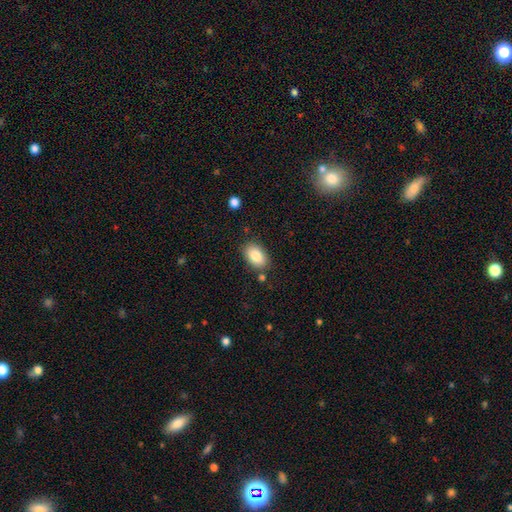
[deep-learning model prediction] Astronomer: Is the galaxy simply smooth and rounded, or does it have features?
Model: smooth — 85%.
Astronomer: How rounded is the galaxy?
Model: in between — 90%.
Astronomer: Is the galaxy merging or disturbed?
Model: none — 81%.